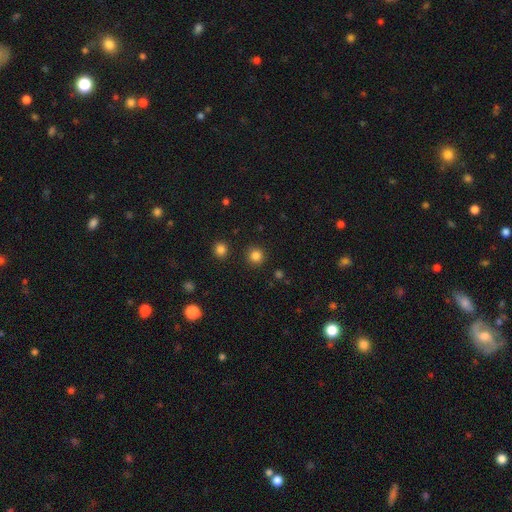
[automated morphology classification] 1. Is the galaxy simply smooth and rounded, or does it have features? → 83% smooth, 13% star or artifact, 4% featured or disk.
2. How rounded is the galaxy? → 94% round, 5% in between, 1% cigar-shaped.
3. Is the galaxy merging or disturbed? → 91% none, 5% minor disturbance, 2% major disturbance, 2% merger.